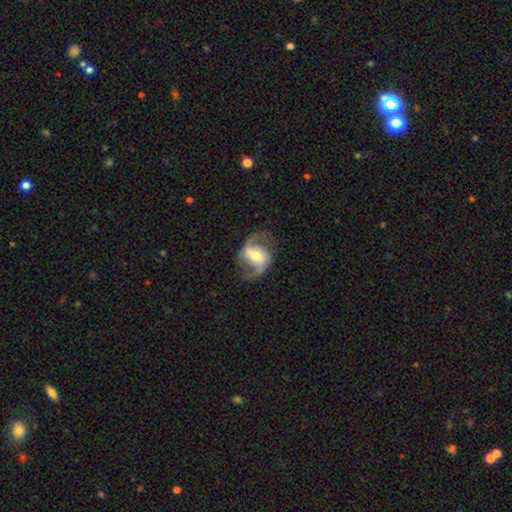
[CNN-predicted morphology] This appears to be a featured or disk galaxy (86%) with a weak bar (40%), 2 (91%) loose (48%) spiral arms (95%) and a moderate central bulge (57%). Merging: none (74%).